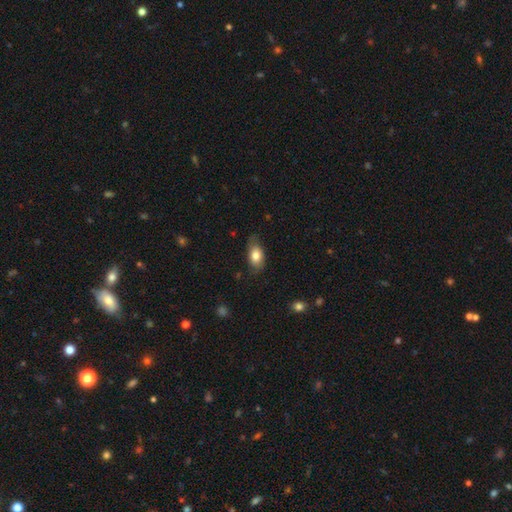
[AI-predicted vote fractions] Smooth or featured: smooth — 78% (featured or disk — 15%)
How rounded: in between — 88% (round — 8%)
Merging: none — 69% (minor disturbance — 24%)